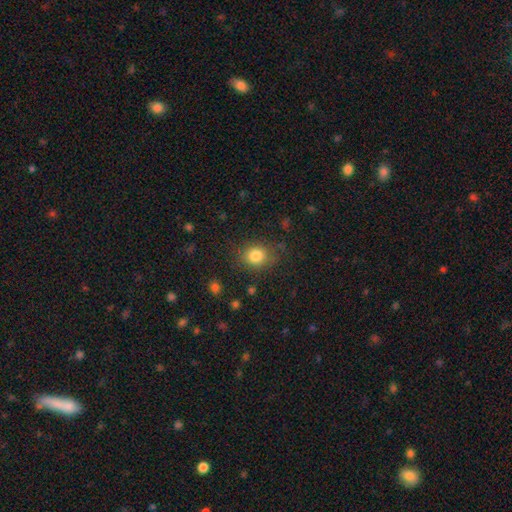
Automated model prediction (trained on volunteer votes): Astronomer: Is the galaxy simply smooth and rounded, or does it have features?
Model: smooth — 83%.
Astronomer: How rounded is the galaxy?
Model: round — 65%.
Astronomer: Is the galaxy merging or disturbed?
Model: none — 80%.